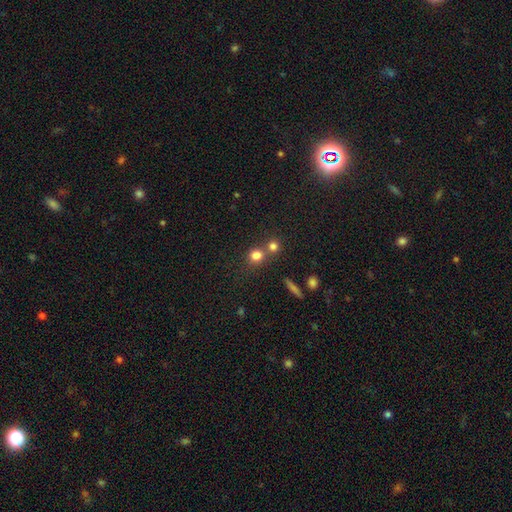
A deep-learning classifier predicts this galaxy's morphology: Smooth or featured: smooth — 78% (star or artifact — 14%)
How rounded: round — 81% (in between — 17%)
Merging: none — 52% (merger — 36%)